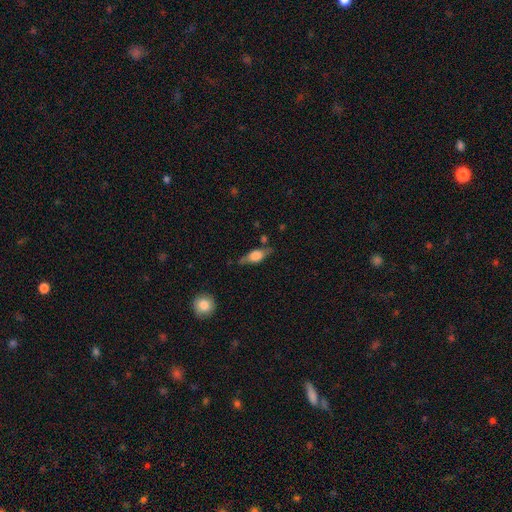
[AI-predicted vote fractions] A featured or disk galaxy (49%). Merging: none (70%).